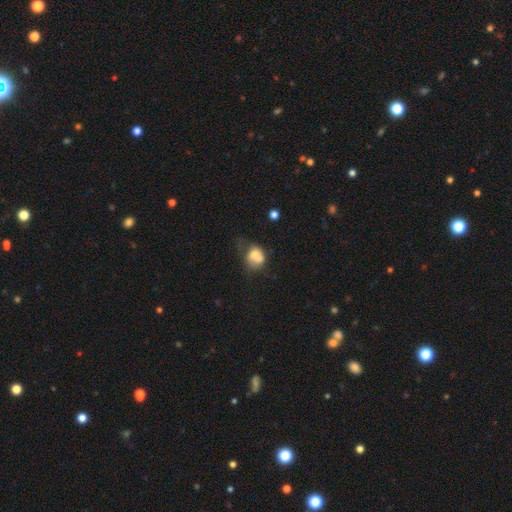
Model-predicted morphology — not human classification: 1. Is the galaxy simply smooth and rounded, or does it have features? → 65% smooth, 24% featured or disk, 11% star or artifact.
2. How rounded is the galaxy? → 56% round, 43% in between, 1% cigar-shaped.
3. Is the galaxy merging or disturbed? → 42% merger, 24% none, 18% minor disturbance, 15% major disturbance.